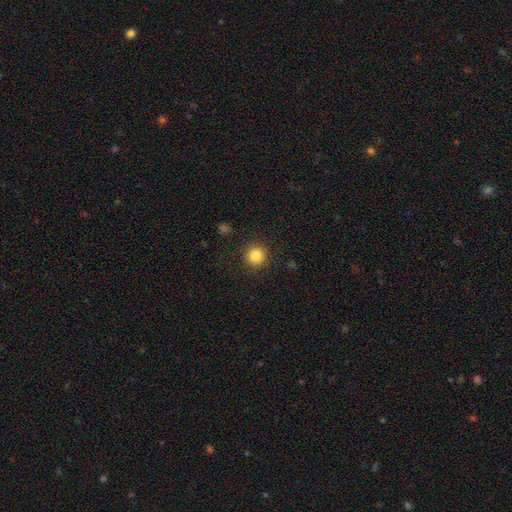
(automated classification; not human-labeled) Smooth or featured? smooth (85%)
How rounded? round (93%)
Merging? none (91%)